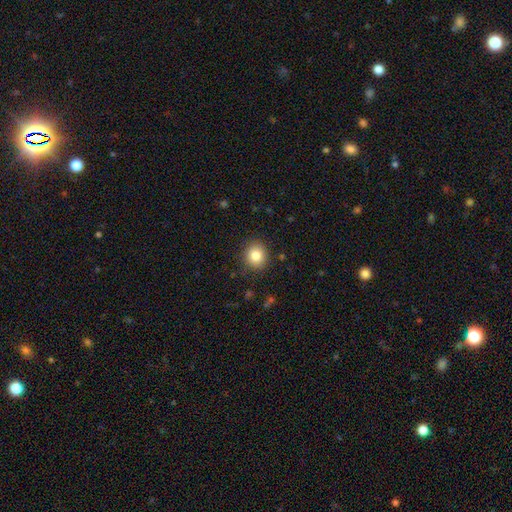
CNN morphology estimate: The model was most divided on "how rounded": round: 81%, in between: 18%, cigar-shaped: 1%. More confident: merging — none (88%); smooth or featured — smooth (83%).